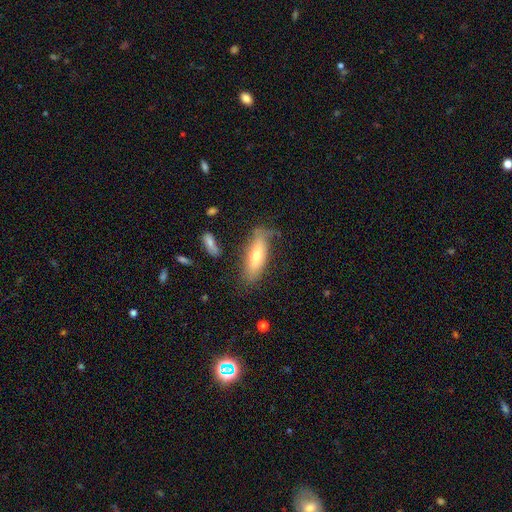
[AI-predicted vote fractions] Smooth or featured?
  - smooth: 60% *
  - featured or disk: 33%
  - star or artifact: 8%
How rounded?
  - in between: 50% *
  - cigar-shaped: 48%
  - round: 2%
Merging?
  - none: 70% *
  - minor disturbance: 21%
  - major disturbance: 6%
  - merger: 4%